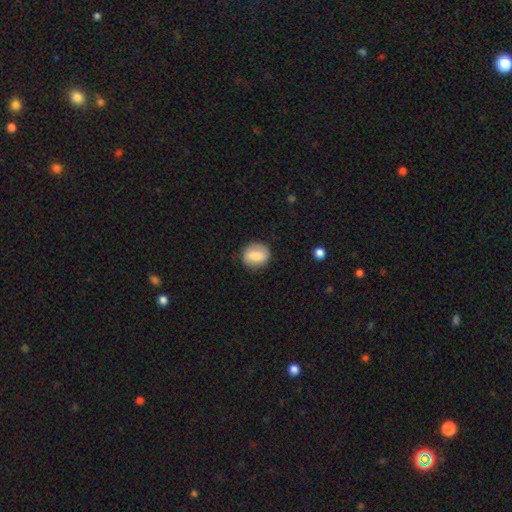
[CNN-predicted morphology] A smooth galaxy with no disk features (76%) that is round (65%).

Vote fractions:
- Smooth or featured? smooth: 76% / featured or disk: 17% / star or artifact: 8%
- How rounded? round: 65% / in between: 33% / cigar-shaped: 1%
- Merging? none: 83% / minor disturbance: 12% / major disturbance: 3% / merger: 1%